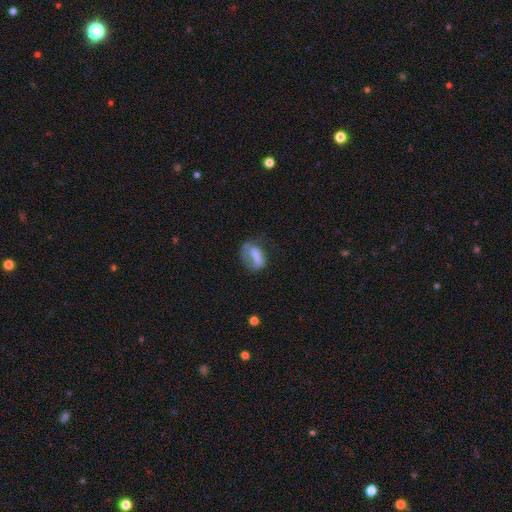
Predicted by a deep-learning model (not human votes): This appears to be a smooth galaxy with no disk features (56%) that is in between round and cigar-shaped (72%). Merging: major disturbance (38%).